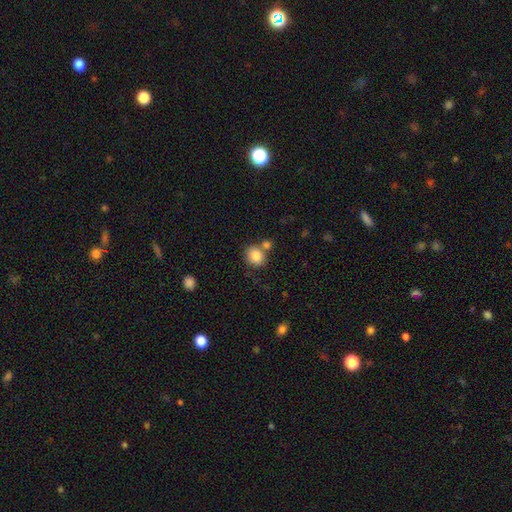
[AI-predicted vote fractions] This is clearly a smooth galaxy (85%). How rounded: likely round (64%). Merging: likely none (60%).